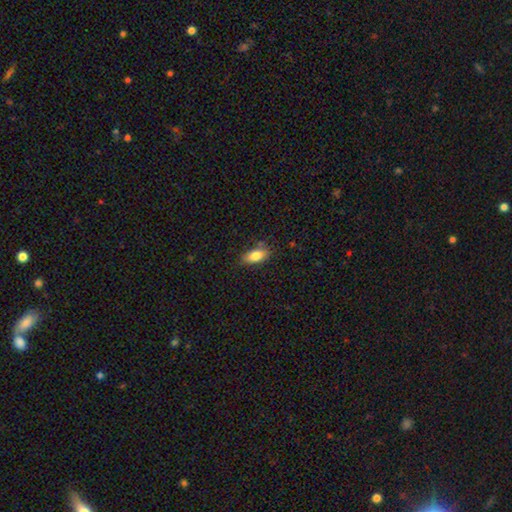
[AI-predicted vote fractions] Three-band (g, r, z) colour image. It shows a smooth galaxy with no disk features (82%) that is in between round and cigar-shaped (87%). Merging: none (77%).